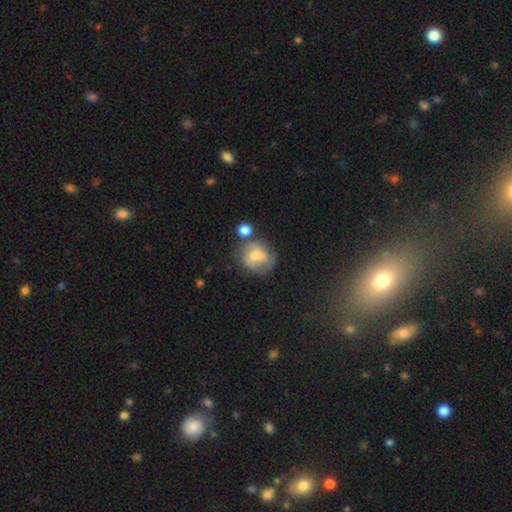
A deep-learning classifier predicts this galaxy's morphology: Smooth or featured?
  - smooth: 56% *
  - featured or disk: 34%
  - star or artifact: 10%
How rounded?
  - round: 70% *
  - in between: 28%
  - cigar-shaped: 1%
Merging?
  - none: 51% *
  - minor disturbance: 23%
  - merger: 15%
  - major disturbance: 11%